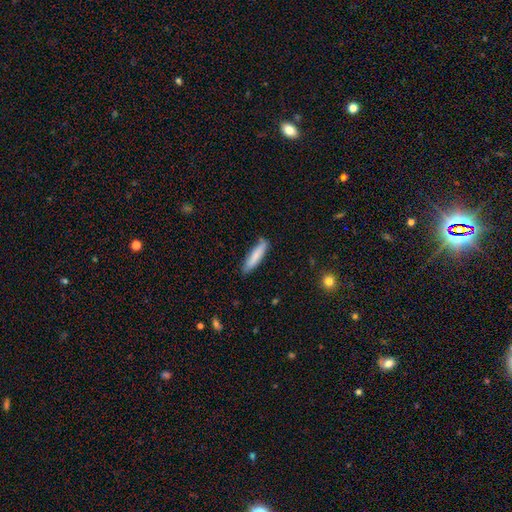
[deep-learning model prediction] Smooth or featured? smooth (79%)
How rounded? cigar-shaped (79%)
Merging? none (78%)